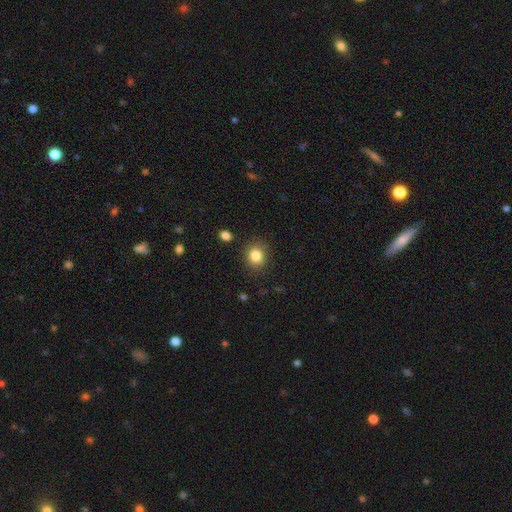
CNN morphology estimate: Q: Smooth or featured?
A: smooth (84%); runner-up: star or artifact (11%)
Q: How rounded?
A: round (78%); runner-up: in between (21%)
Q: Merging?
A: none (86%); runner-up: minor disturbance (9%)